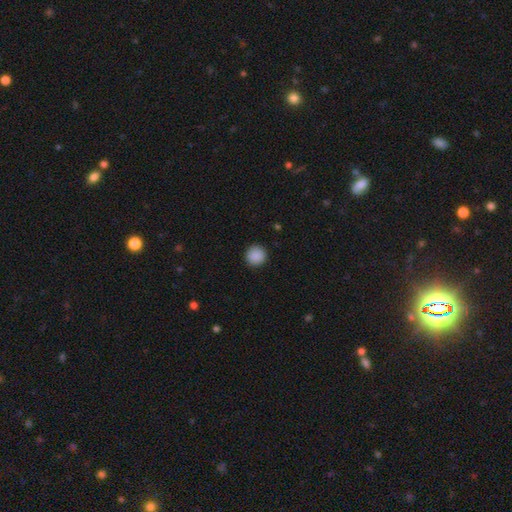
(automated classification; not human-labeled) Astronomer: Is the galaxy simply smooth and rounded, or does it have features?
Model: smooth — 89%.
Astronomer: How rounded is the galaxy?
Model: round — 95%.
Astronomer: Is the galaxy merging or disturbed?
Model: none — 92%.